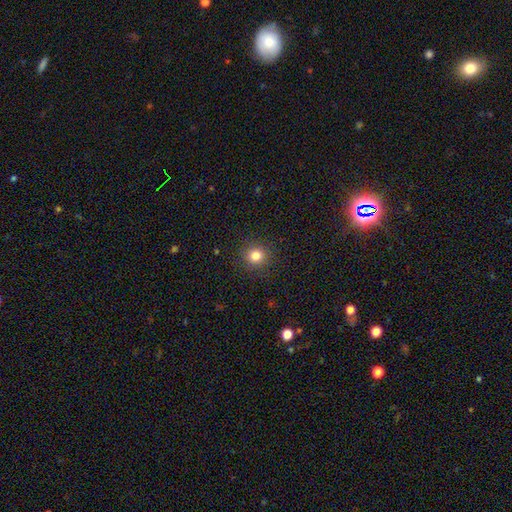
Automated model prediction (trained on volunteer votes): Morphology: type=smooth (82%); roundness=round (90%); merging=none (90%).